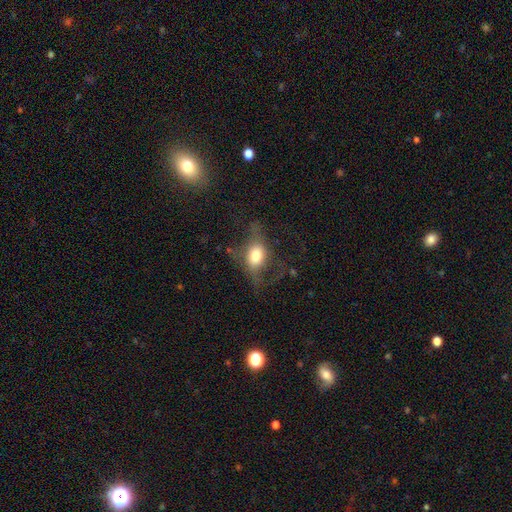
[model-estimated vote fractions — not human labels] Smooth or featured? Predicted: smooth (p=0.59). How rounded? Predicted: in between (p=0.71). Merging? Predicted: major disturbance (p=0.39).